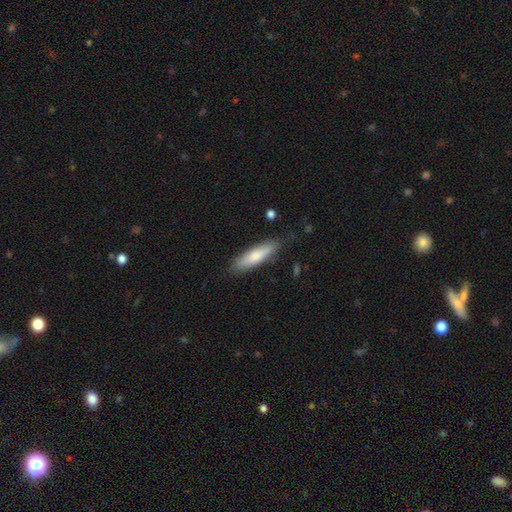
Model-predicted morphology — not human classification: type=smooth (73%); roundness=cigar-shaped (71%); merging=none (83%).